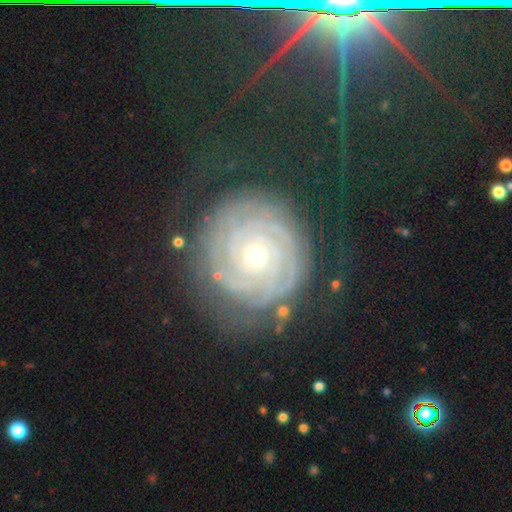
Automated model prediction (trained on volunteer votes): This appears to be a featured or disk galaxy (83%) with no bar (81%), tight (89%) spiral arms (97%) and a small central bulge (59%). Merging: none (77%).